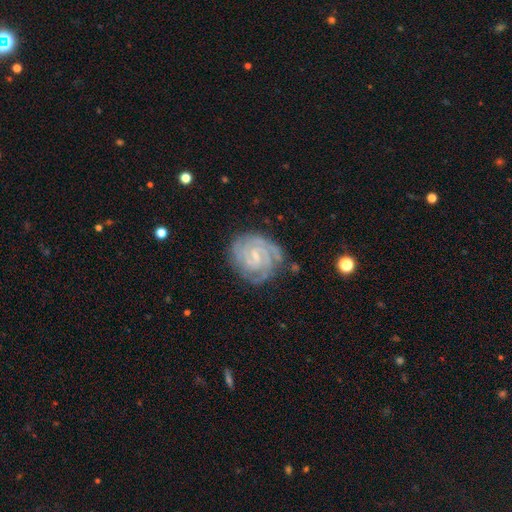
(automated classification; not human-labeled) This is clearly a featured or disk galaxy (89%). It is clearly not viewed edge-on (98%). Bar: possibly weak (53%). Spiral arm pattern: clearly yes (98%). Spiral arm count: marginally 2 (38%). Spiral winding: likely tight (79%). Central bulge: likely small (70%). Merging: likely none (77%).